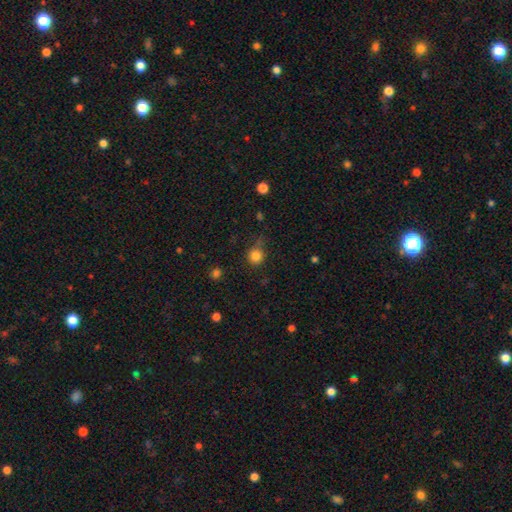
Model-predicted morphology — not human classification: A smooth galaxy with no disk features (82%) that is round (89%).

Vote fractions:
- Smooth or featured? smooth: 82% / star or artifact: 12% / featured or disk: 5%
- How rounded? round: 89% / in between: 10% / cigar-shaped: 1%
- Merging? none: 66% / minor disturbance: 22% / major disturbance: 8% / merger: 4%